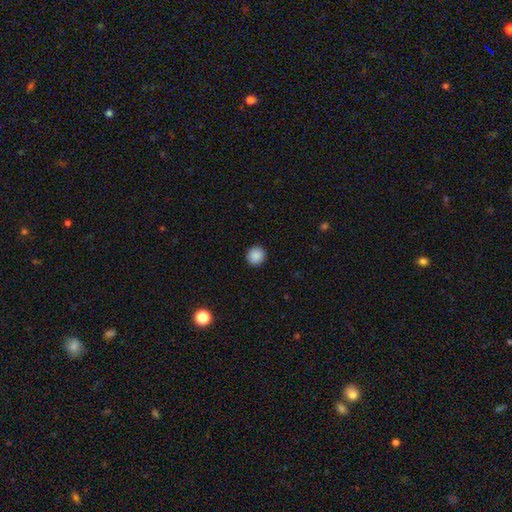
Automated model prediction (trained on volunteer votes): A smooth galaxy with no disk features (88%) that is round (92%).

Vote fractions:
- Smooth or featured? smooth: 88% / star or artifact: 9% / featured or disk: 3%
- How rounded? round: 92% / in between: 7% / cigar-shaped: 1%
- Merging? none: 92% / minor disturbance: 5% / major disturbance: 2% / merger: 1%